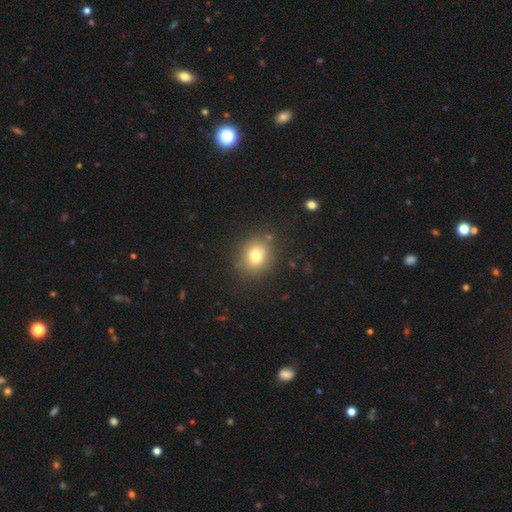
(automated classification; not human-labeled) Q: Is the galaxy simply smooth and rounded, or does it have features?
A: smooth — 76%.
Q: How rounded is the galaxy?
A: round — 74%.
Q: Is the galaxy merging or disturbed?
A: none — 84%.